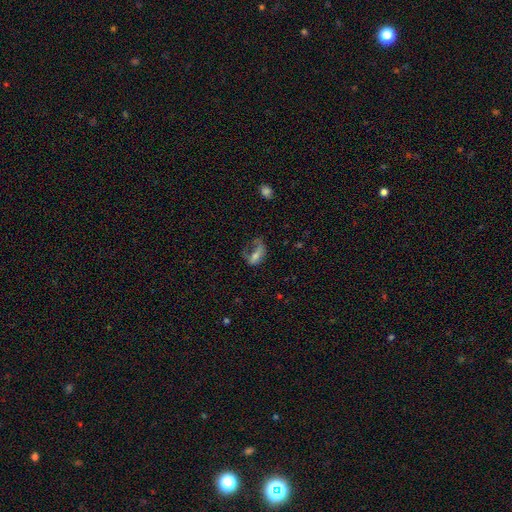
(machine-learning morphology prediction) smooth_or_featured: smooth (p=0.45) [alt: featured or disk p=0.42]
merging: major disturbance (p=0.50) [alt: none p=0.26]